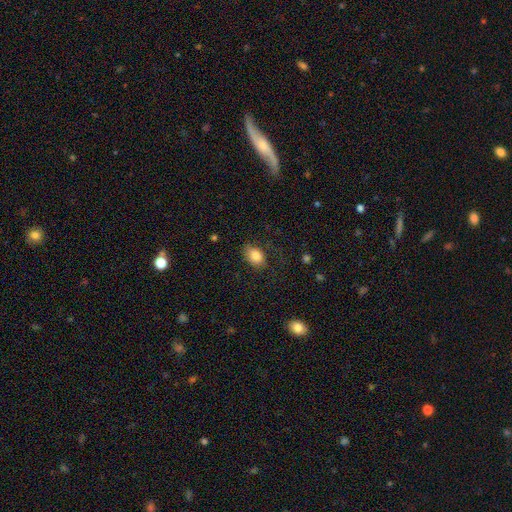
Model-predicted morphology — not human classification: The model was most divided on "merging": none: 75%, minor disturbance: 18%, major disturbance: 6%, merger: 1%. More confident: smooth or featured — smooth (84%); how rounded — in between (82%).